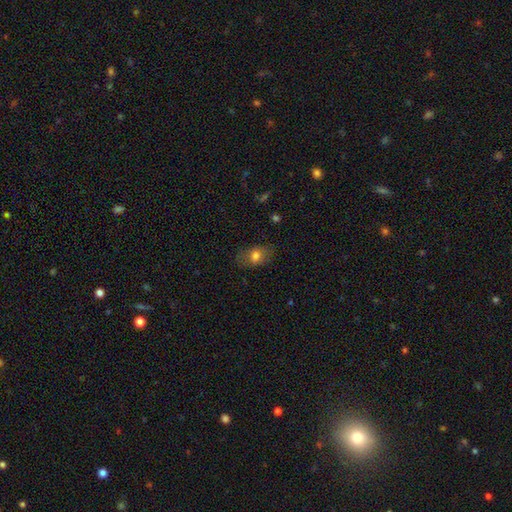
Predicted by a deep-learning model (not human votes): smooth-or-featured: smooth: 73% | featured or disk: 18% | star or artifact: 9%
  how-rounded: in between: 81% | round: 17% | cigar-shaped: 2%
  merging: none: 75% | minor disturbance: 18% | major disturbance: 6% | merger: 1%